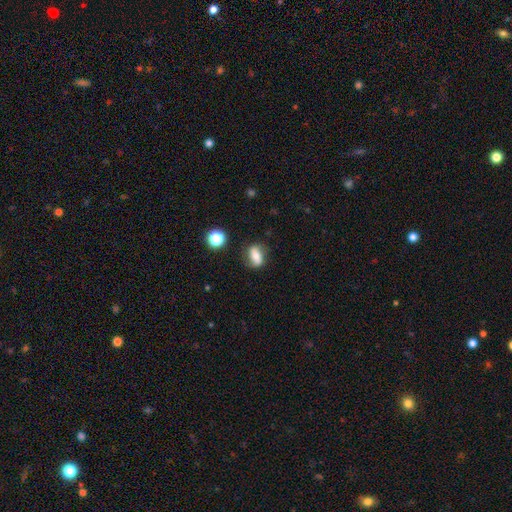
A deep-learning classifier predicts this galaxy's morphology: Overall: smooth (48%; featured or disk 41%). Merging: none (76%).